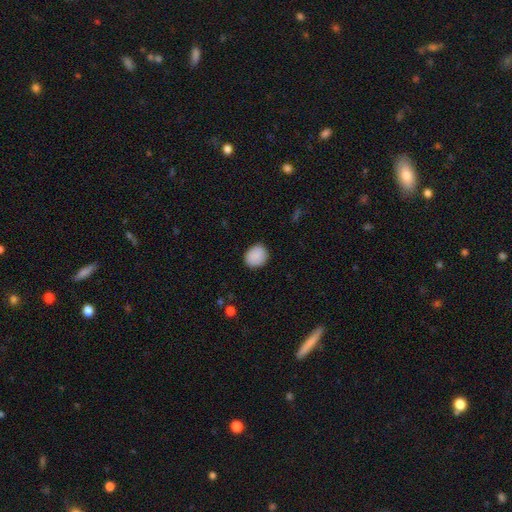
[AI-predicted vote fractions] Q: Smooth or featured?
A: smooth (89%); runner-up: star or artifact (7%)
Q: How rounded?
A: round (70%); runner-up: in between (29%)
Q: Merging?
A: none (86%); runner-up: minor disturbance (11%)